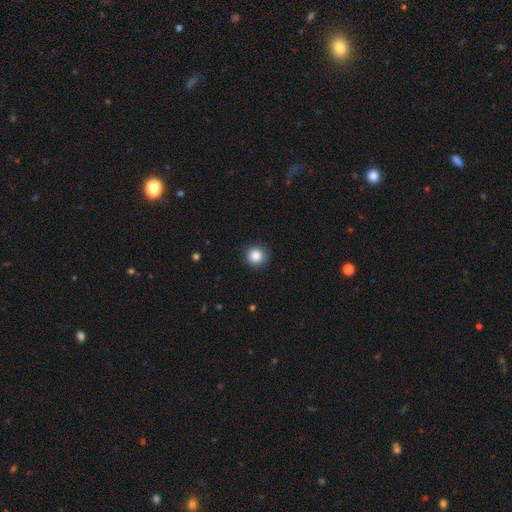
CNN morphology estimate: Q: Smooth or featured?
A: smooth (84%); runner-up: star or artifact (10%)
Q: How rounded?
A: round (95%); runner-up: in between (4%)
Q: Merging?
A: none (91%); runner-up: minor disturbance (6%)